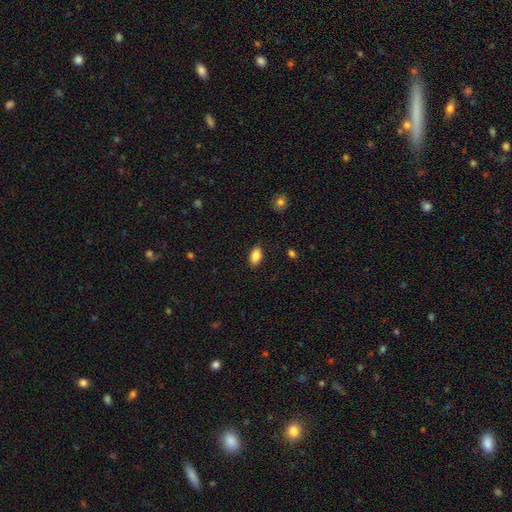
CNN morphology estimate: A smooth galaxy with no disk features (86%) that is in between round and cigar-shaped (92%). Merging: none (87%).